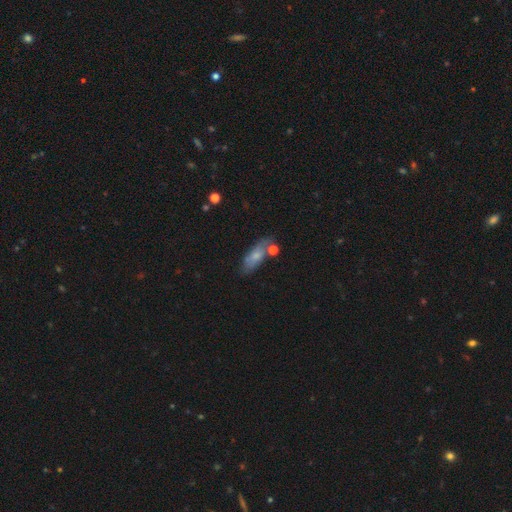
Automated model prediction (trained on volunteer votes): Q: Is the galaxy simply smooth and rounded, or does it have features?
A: smooth — 67%.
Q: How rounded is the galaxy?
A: in between — 71%.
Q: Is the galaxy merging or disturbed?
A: none — 59%.